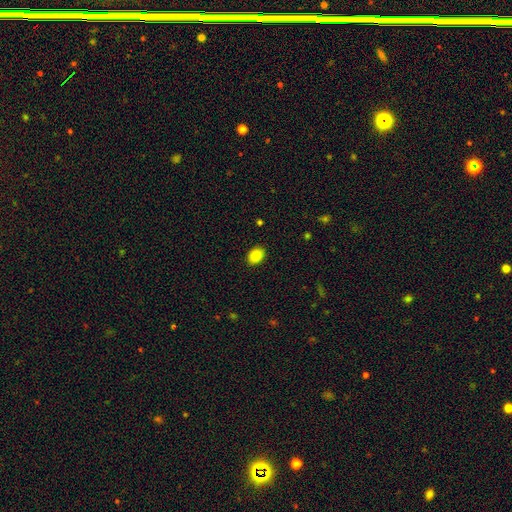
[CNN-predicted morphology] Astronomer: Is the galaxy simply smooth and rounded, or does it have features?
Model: smooth — 88%.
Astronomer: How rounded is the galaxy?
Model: in between — 70%.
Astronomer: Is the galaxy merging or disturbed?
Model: none — 89%.